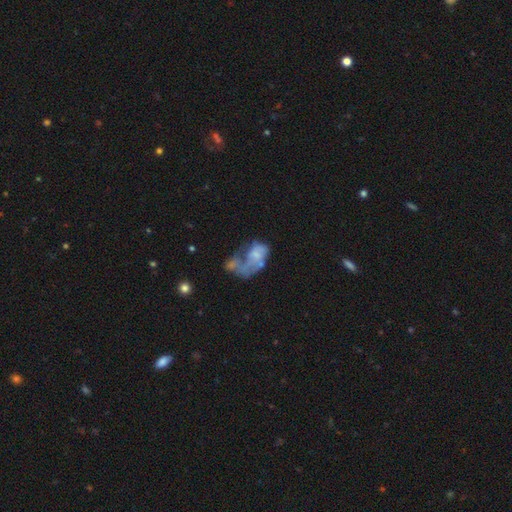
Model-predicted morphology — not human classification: smooth-or-featured: featured or disk: 53% | smooth: 37% | star or artifact: 10%
  disk-edge-on: no: 98% | yes: 2%
    bar: no: 86% | weak: 11% | strong: 2%
    has-spiral-arms: no: 76% | yes: 24%
    bulge-size: none: 54% | small: 24% | moderate: 16% | large: 4% | dominant: 2%
  merging: major disturbance: 42% | merger: 30% | none: 15% | minor disturbance: 13%